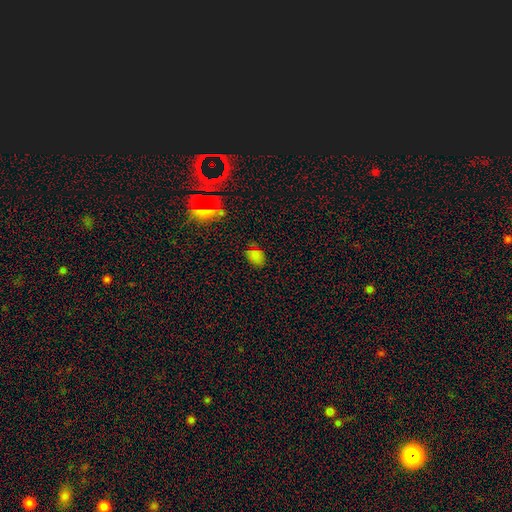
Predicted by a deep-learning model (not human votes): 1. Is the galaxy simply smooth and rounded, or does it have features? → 66% smooth, 28% star or artifact, 6% featured or disk.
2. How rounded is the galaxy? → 66% in between, 32% round, 2% cigar-shaped.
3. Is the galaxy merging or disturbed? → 74% none, 18% minor disturbance, 5% major disturbance, 3% merger.